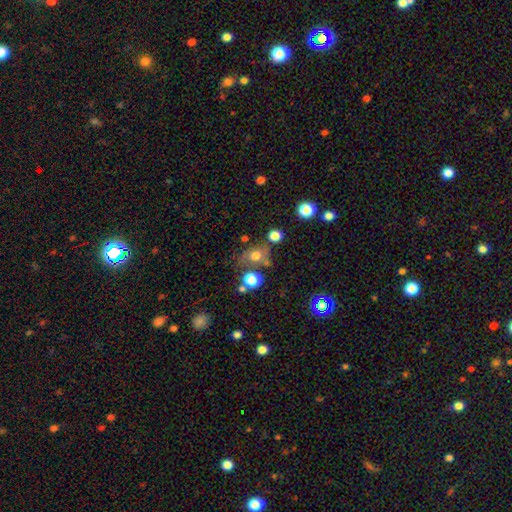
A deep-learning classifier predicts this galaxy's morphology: Q: Smooth or featured?
A: smooth (68%); runner-up: featured or disk (17%)
Q: How rounded?
A: in between (54%); runner-up: round (44%)
Q: Merging?
A: none (55%); runner-up: minor disturbance (20%)